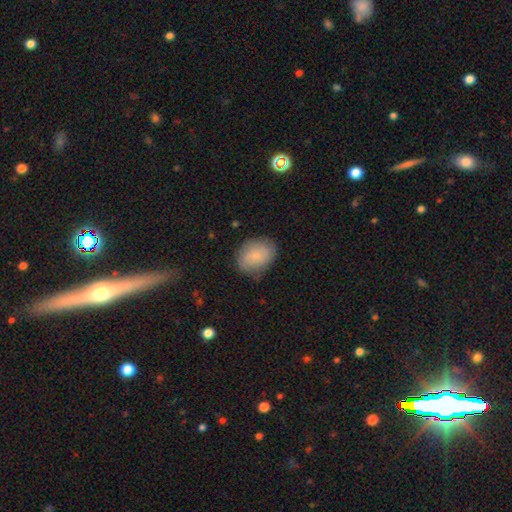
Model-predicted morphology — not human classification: This appears to be a smooth galaxy with no disk features (77%) that is in between round and cigar-shaped (67%). Merging: none (78%).